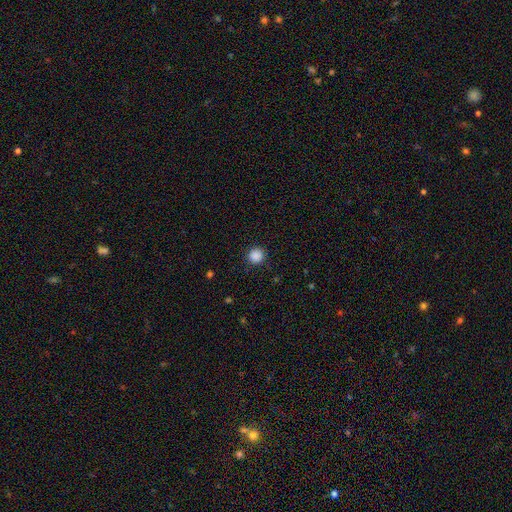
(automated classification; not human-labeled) A smooth galaxy with no disk features (88%) that is round (93%).

Vote fractions:
- Smooth or featured? smooth: 88% / star or artifact: 10% / featured or disk: 2%
- How rounded? round: 93% / in between: 6% / cigar-shaped: 1%
- Merging? none: 90% / minor disturbance: 6% / major disturbance: 2% / merger: 1%